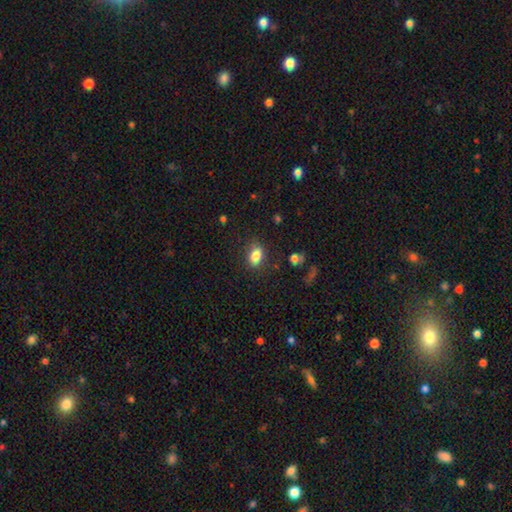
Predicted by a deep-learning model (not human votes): Smooth or featured?
  - smooth: 84% *
  - star or artifact: 9%
  - featured or disk: 7%
How rounded?
  - in between: 84% *
  - round: 14%
  - cigar-shaped: 2%
Merging?
  - none: 80% *
  - minor disturbance: 14%
  - major disturbance: 4%
  - merger: 2%